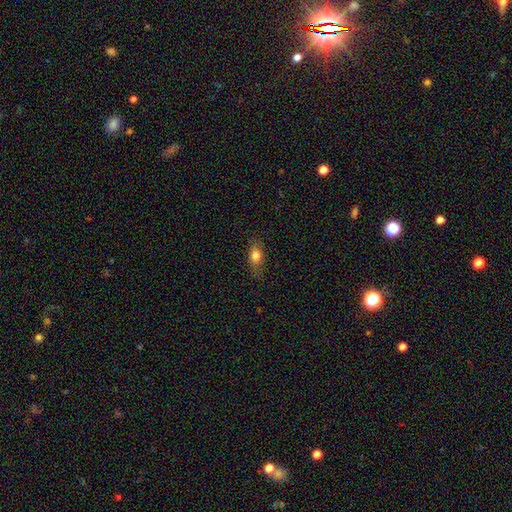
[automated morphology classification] A smooth galaxy with no disk features (77%) that is in between round and cigar-shaped (77%).

Vote fractions:
- Smooth or featured? smooth: 77% / featured or disk: 14% / star or artifact: 9%
- How rounded? in between: 77% / round: 12% / cigar-shaped: 11%
- Merging? none: 80% / minor disturbance: 15% / major disturbance: 4% / merger: 1%